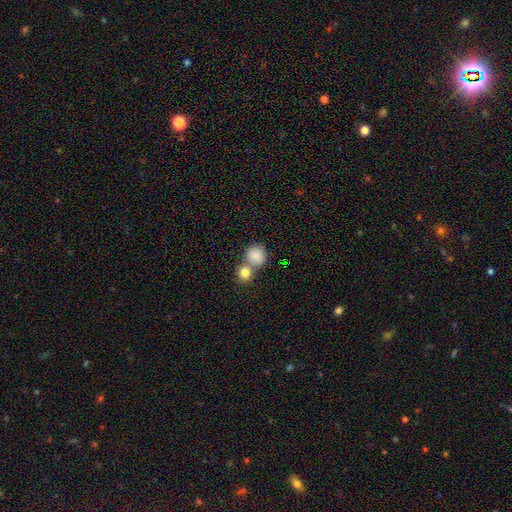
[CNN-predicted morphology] The model was most divided on "merging": none: 48%, merger: 42%, minor disturbance: 8%, major disturbance: 3%. More confident: how rounded — round (86%); smooth or featured — smooth (84%).